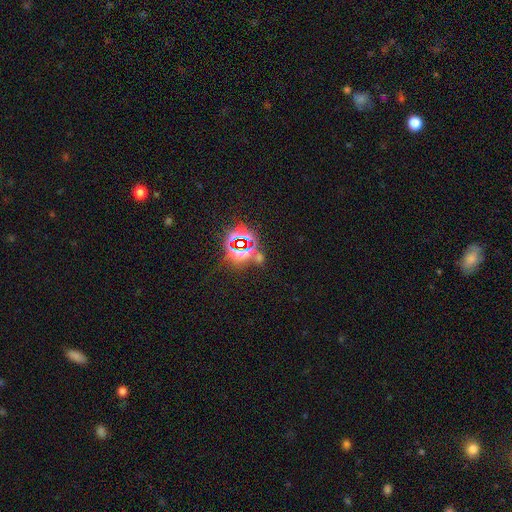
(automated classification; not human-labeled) A star or artifact, not a galaxy (78%).

Vote fractions:
- Smooth or featured? star or artifact: 78% / smooth: 14% / featured or disk: 8%